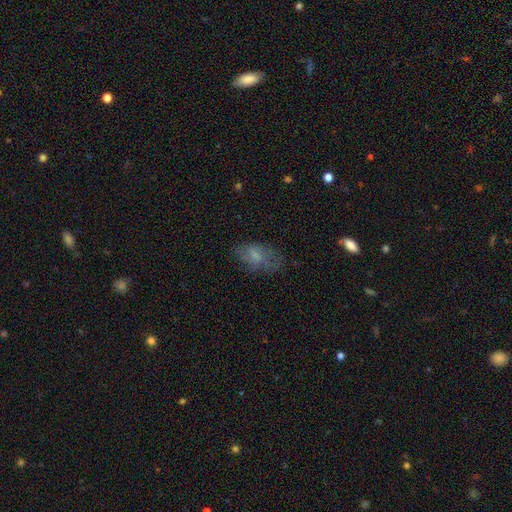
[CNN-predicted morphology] smooth 62%, featured or disk 28%, star or artifact 10%. Down the decision tree: how rounded — in between (89%); merging — none (57%).